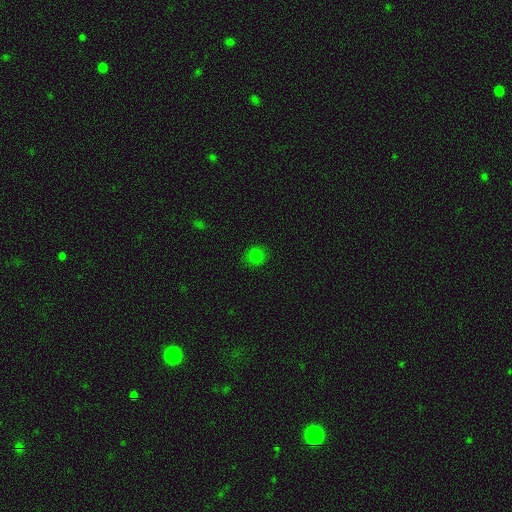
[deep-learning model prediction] Smooth or featured? smooth (79%)
How rounded? round (77%)
Merging? none (85%)